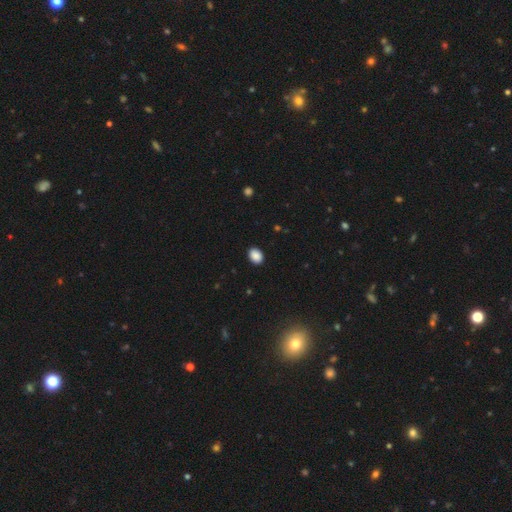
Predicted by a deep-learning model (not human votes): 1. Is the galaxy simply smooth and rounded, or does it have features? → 89% smooth, 8% star or artifact, 3% featured or disk.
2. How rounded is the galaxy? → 65% in between, 34% round, 1% cigar-shaped.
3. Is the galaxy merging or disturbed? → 90% none, 7% minor disturbance, 2% major disturbance, 1% merger.